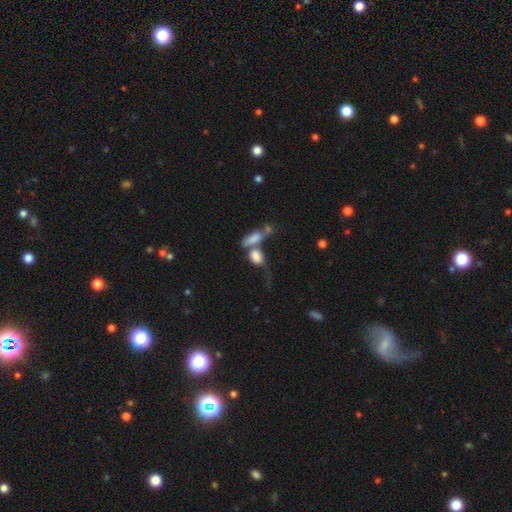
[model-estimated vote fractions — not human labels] Q: Smooth or featured?
A: smooth (70%); runner-up: featured or disk (20%)
Q: How rounded?
A: in between (73%); runner-up: round (18%)
Q: Merging?
A: merger (58%); runner-up: none (17%)